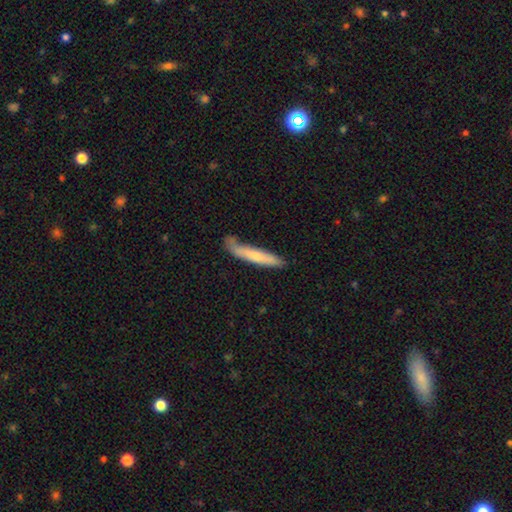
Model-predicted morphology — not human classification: Smooth or featured?
  - smooth: 66% *
  - featured or disk: 29%
  - star or artifact: 5%
How rounded?
  - cigar-shaped: 91% *
  - in between: 7%
  - round: 1%
Merging?
  - none: 60% *
  - minor disturbance: 27%
  - major disturbance: 8%
  - merger: 5%